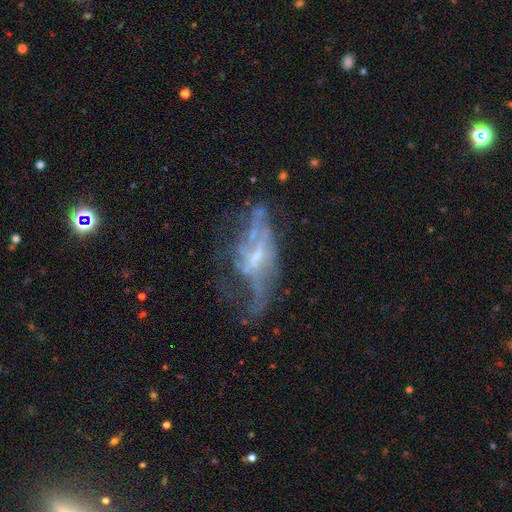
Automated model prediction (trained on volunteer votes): Morphology: type=featured or disk (70%); edge-on=no (79%); bar=no (50%); spiral arms=no (52%); bulge=small (45%); merging=major disturbance (40%).